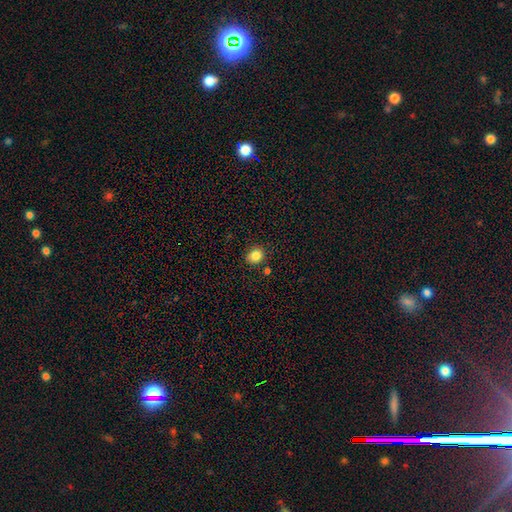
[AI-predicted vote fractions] A smooth galaxy with no disk features (83%) that is round (67%).

Vote fractions:
- Smooth or featured? smooth: 83% / star or artifact: 11% / featured or disk: 6%
- How rounded? round: 67% / in between: 32% / cigar-shaped: 1%
- Merging? none: 84% / minor disturbance: 10% / merger: 4% / major disturbance: 2%